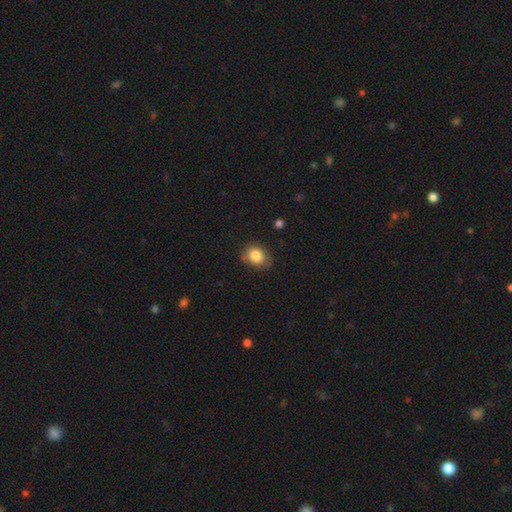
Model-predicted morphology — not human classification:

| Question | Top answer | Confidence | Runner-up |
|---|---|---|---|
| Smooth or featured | smooth | 84% | star or artifact (8%) |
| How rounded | round | 50% | in between (49%) |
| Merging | none | 76% | minor disturbance (19%) |